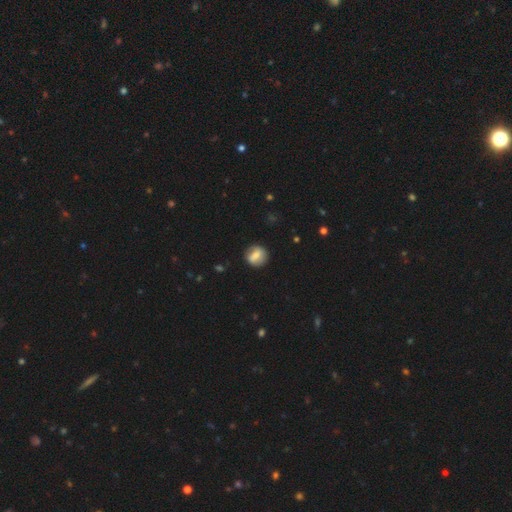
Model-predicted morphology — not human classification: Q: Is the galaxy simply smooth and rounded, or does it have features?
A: smooth — 66%.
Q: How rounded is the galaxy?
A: round — 76%.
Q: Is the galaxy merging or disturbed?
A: none — 83%.